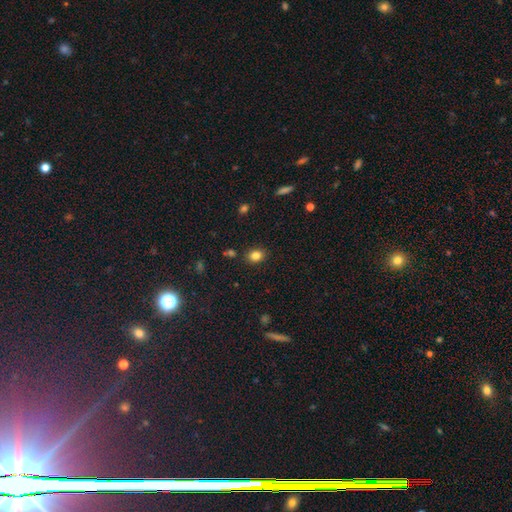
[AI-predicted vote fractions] smooth_or_featured: smooth (p=0.82) [alt: star or artifact p=0.12]
how_rounded: in between (p=0.53) [alt: round p=0.46]
merging: none (p=0.86) [alt: minor disturbance p=0.09]